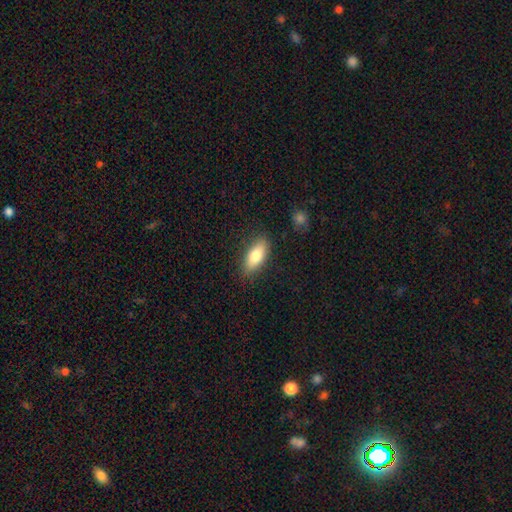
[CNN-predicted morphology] Overall: smooth (77%). How rounded: in between (76%). Merging: none (85%).